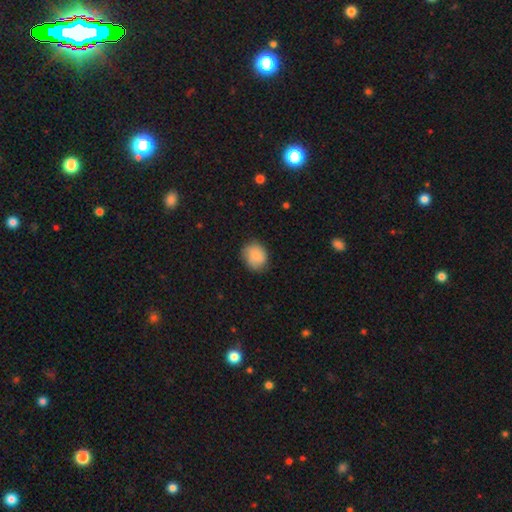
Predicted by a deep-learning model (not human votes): Smooth or featured?
  - smooth: 81% *
  - featured or disk: 12%
  - star or artifact: 7%
How rounded?
  - round: 66% *
  - in between: 33%
  - cigar-shaped: 1%
Merging?
  - none: 79% *
  - minor disturbance: 17%
  - major disturbance: 4%
  - merger: 1%